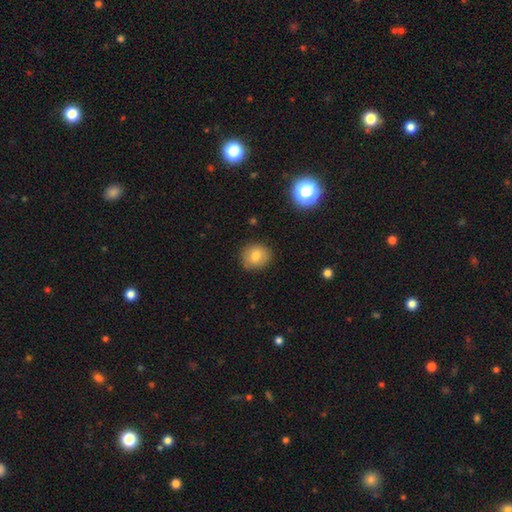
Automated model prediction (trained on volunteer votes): Morphology: type=smooth (78%); roundness=round (76%); merging=none (84%).